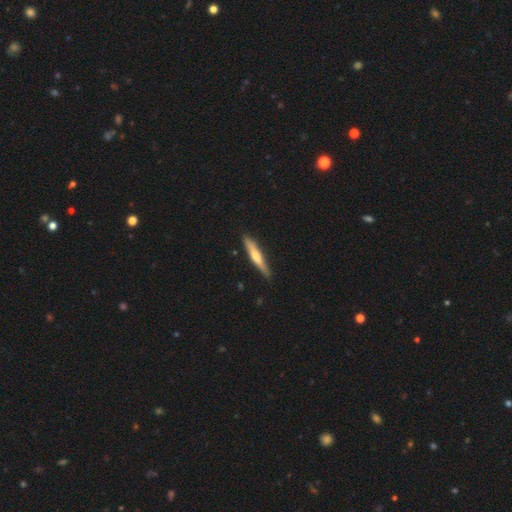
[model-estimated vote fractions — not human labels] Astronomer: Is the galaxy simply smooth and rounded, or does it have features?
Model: featured or disk — 49% (runner-up: smooth, 46%).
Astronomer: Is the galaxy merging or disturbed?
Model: none — 87%.